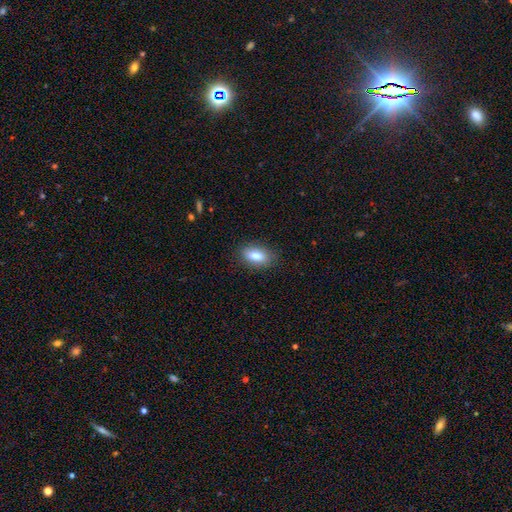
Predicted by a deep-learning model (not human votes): Smooth or featured? Predicted: smooth (p=0.83). How rounded? Predicted: in between (p=0.89). Merging? Predicted: none (p=0.85).